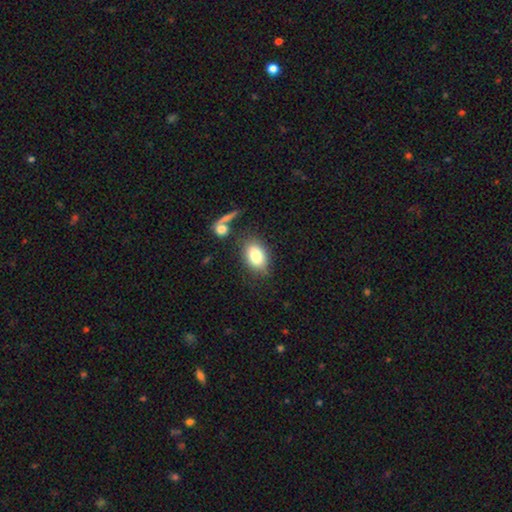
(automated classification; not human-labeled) smooth_or_featured: smooth (p=0.82) [alt: featured or disk p=0.10]
how_rounded: in between (p=0.84) [alt: round p=0.15]
merging: none (p=0.74) [alt: minor disturbance p=0.13]